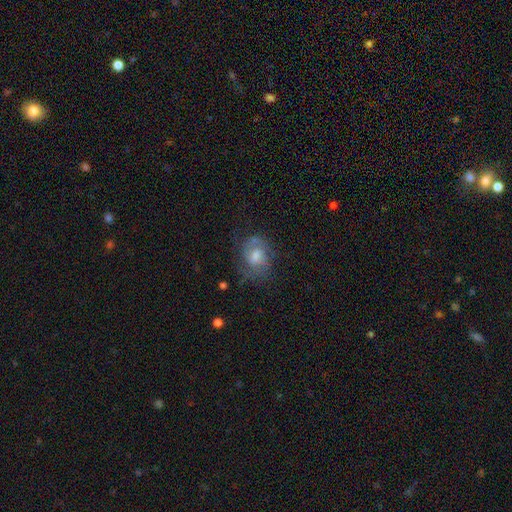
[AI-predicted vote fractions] smooth-or-featured: featured or disk: 59% | smooth: 30% | star or artifact: 11%
  disk-edge-on: no: 97% | yes: 3%
    bar: no: 55% | weak: 39% | strong: 7%
    has-spiral-arms: yes: 82% | no: 18%
    bulge-size: moderate: 52% | small: 25% | large: 15% | none: 7% | dominant: 2%
  merging: none: 62% | minor disturbance: 22% | major disturbance: 14% | merger: 2%